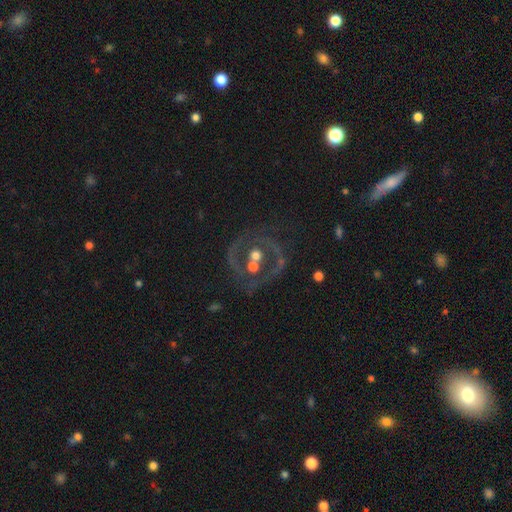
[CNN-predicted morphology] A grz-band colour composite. It shows a featured or disk galaxy (63%) with no bar (84%), no spiral arms (70%) and a moderate central bulge (68%). Merging: none (48%).